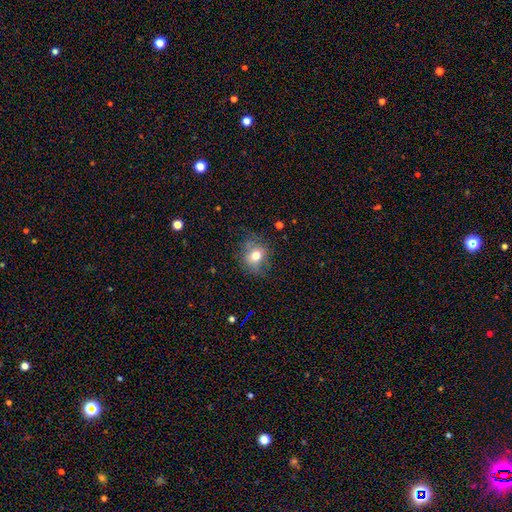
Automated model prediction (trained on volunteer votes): Smooth or featured: smooth — 71% (featured or disk — 17%)
How rounded: round — 62% (in between — 37%)
Merging: none — 69% (minor disturbance — 21%)